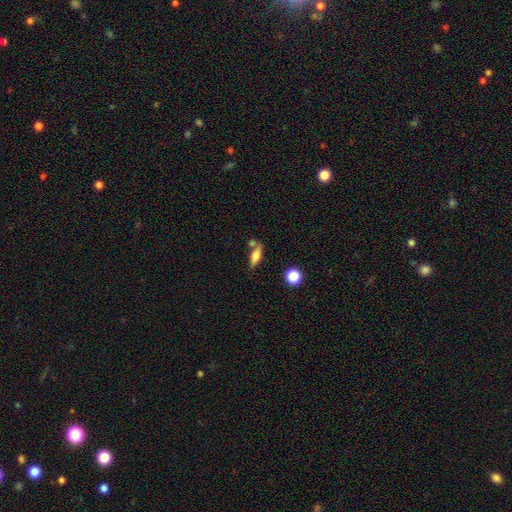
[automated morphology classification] type=smooth (67%); roundness=in between (57%); merging=none (60%).